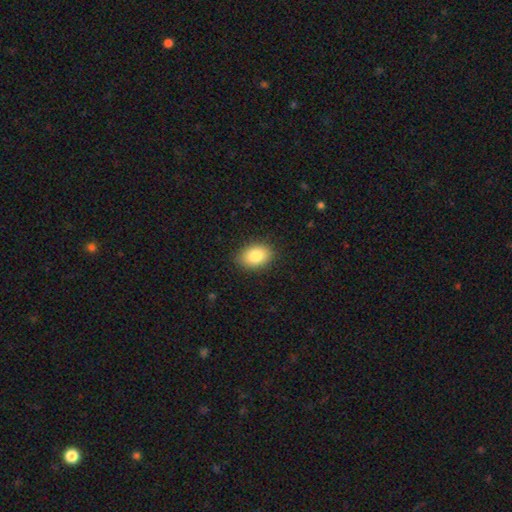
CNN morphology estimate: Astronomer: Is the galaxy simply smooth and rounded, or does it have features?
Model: smooth — 86%.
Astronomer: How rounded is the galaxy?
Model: in between — 81%.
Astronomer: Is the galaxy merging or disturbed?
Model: none — 87%.